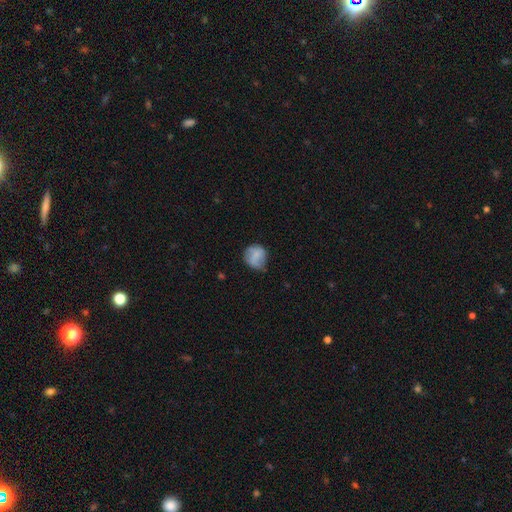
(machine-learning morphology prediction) This appears to be a smooth galaxy with no disk features (69%) that is round (79%). Merging: none (63%).